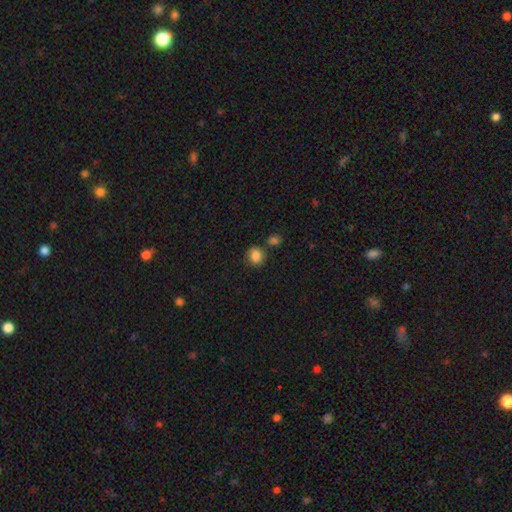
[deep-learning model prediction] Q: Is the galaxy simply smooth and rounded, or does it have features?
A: smooth — 85%.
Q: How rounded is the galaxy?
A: round — 72%.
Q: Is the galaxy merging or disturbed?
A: none — 69%.